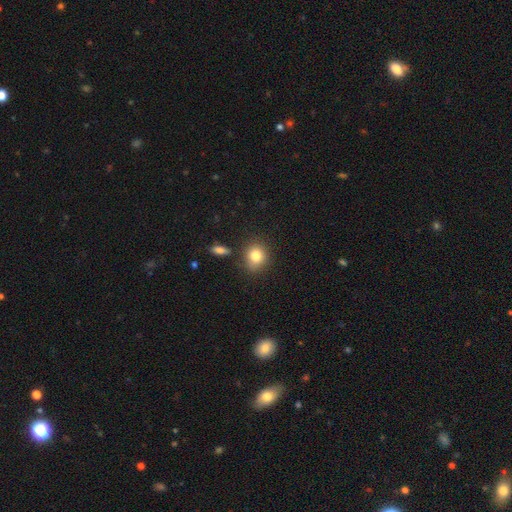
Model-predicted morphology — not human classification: This is clearly a smooth galaxy (81%). How rounded: likely round (74%). Merging: likely none (79%).